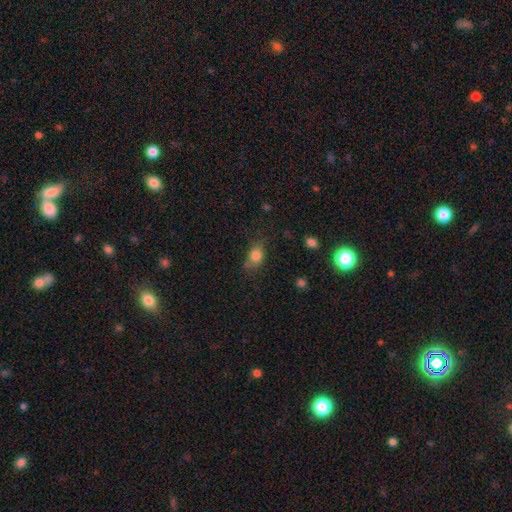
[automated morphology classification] The model was most divided on "how rounded": in between: 68%, round: 29%, cigar-shaped: 2%. More confident: smooth or featured — smooth (81%); merging — none (67%).